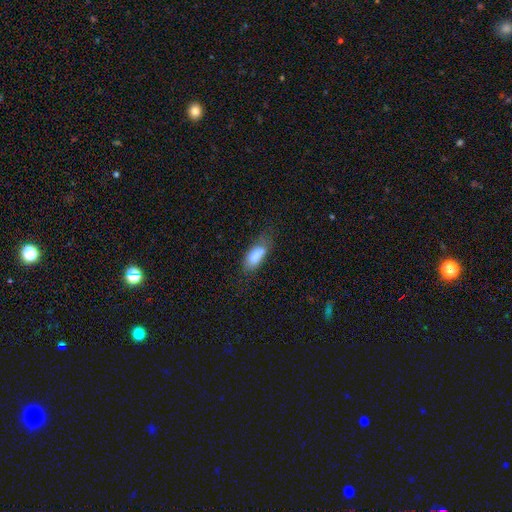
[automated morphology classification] Smooth or featured? smooth (81%)
How rounded? in between (84%)
Merging? none (38%)